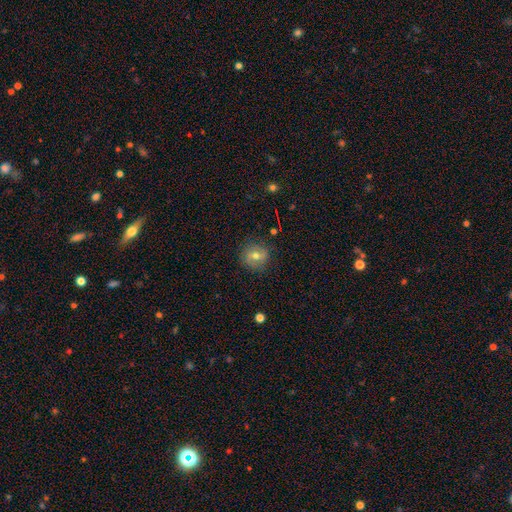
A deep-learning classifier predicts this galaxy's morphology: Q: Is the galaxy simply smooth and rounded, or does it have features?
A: smooth — 49%.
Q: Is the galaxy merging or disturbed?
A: none — 81%.